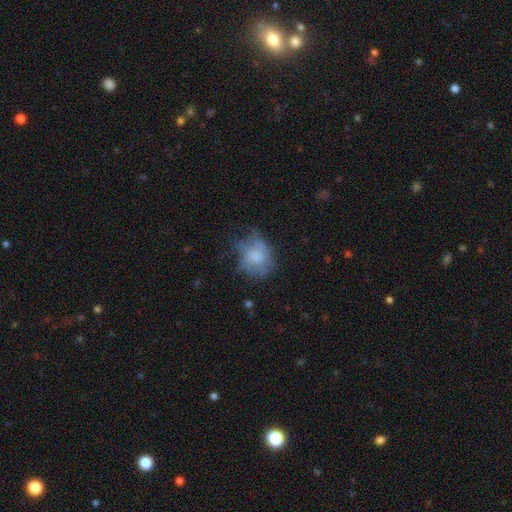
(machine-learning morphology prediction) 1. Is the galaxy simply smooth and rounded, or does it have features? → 56% smooth, 34% featured or disk, 10% star or artifact.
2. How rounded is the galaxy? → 56% round, 43% in between, 1% cigar-shaped.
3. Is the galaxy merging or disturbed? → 41% none, 30% minor disturbance, 26% major disturbance, 3% merger.